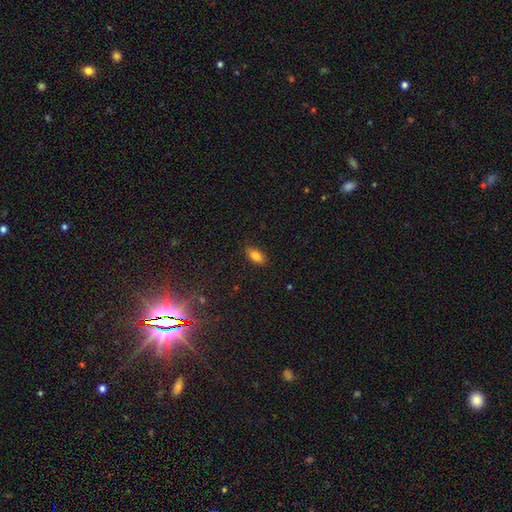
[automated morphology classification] Smooth or featured? smooth (83%)
How rounded? in between (87%)
Merging? none (85%)